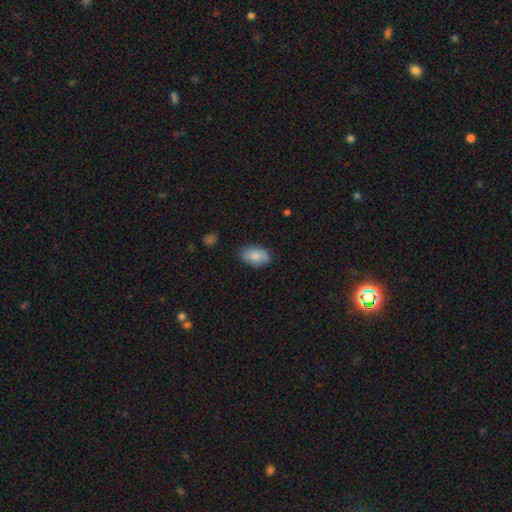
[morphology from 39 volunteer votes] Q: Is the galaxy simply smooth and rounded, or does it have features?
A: smooth — 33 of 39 (85%).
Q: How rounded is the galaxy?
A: in between — 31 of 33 (94%).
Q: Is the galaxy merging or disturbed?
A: none — 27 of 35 (77%).